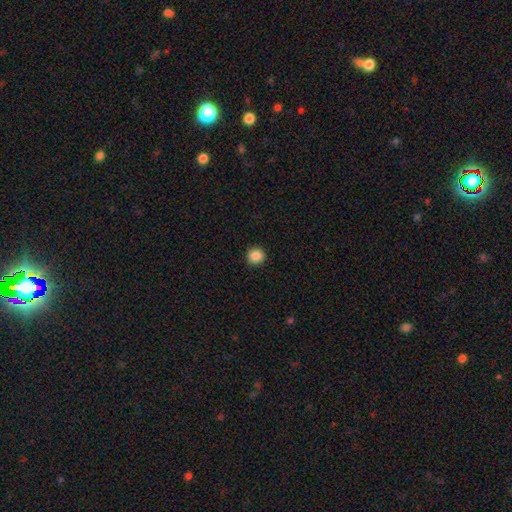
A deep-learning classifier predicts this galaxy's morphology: type=smooth (87%); roundness=round (94%); merging=none (91%).